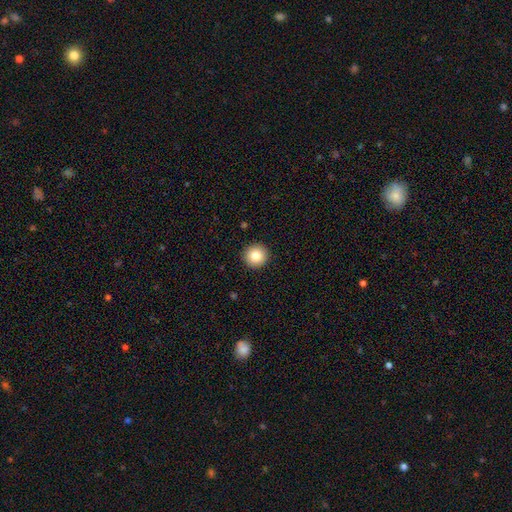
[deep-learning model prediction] smooth-or-featured: smooth: 83% | star or artifact: 10% | featured or disk: 7%
  how-rounded: round: 96% | in between: 3% | cigar-shaped: 1%
  merging: none: 93% | minor disturbance: 5% | major disturbance: 2% | merger: 1%